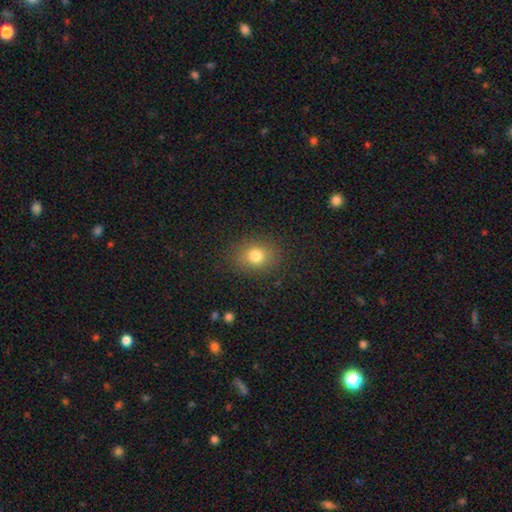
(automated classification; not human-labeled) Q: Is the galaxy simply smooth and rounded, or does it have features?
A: smooth — 78%.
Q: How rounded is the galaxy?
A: round — 59%.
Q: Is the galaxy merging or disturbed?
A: none — 86%.